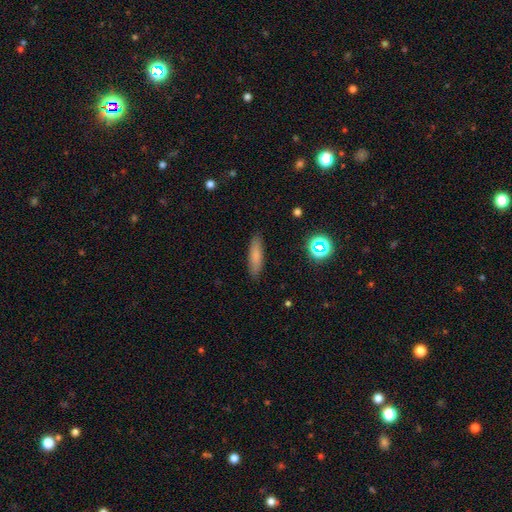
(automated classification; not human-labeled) This is likely a smooth galaxy (79%). How rounded: likely cigar-shaped (64%). Merging: clearly none (88%).